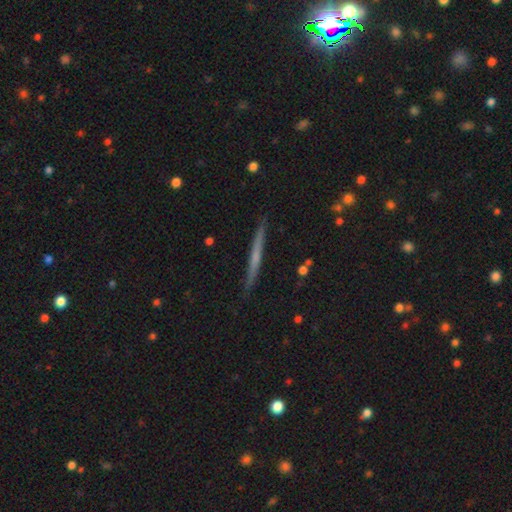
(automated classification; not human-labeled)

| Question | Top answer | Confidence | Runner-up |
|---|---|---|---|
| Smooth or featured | featured or disk | 54% | smooth (39%) |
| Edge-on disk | yes | 97% | no (3%) |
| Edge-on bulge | none | 71% | rounded (23%) |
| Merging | none | 90% | minor disturbance (7%) |